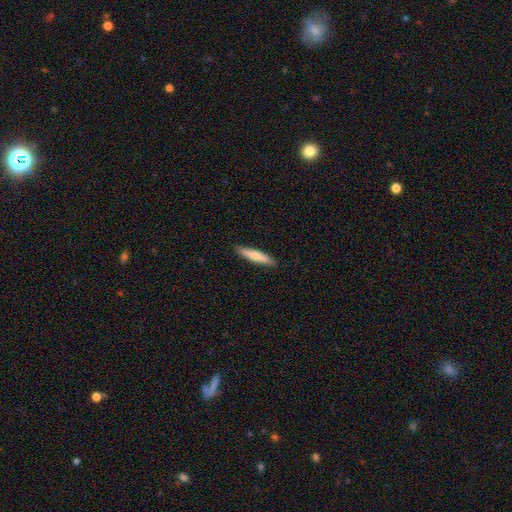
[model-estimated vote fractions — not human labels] The model was most divided on "smooth or featured": smooth: 68%, featured or disk: 27%, star or artifact: 5%. More confident: merging — none (90%); how rounded — cigar-shaped (88%).